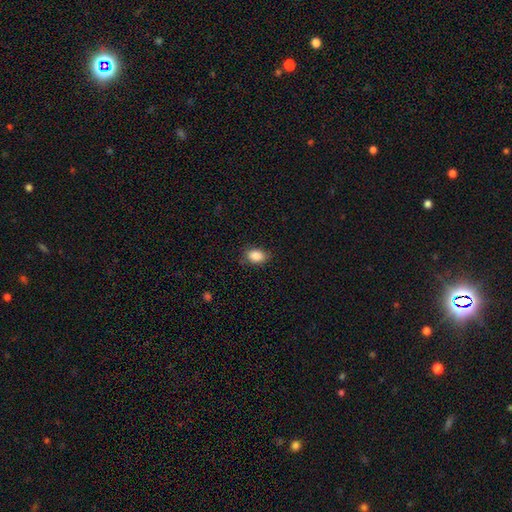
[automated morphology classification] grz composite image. It shows a smooth galaxy with no disk features (87%) that is in between round and cigar-shaped (78%). Merging: none (80%).